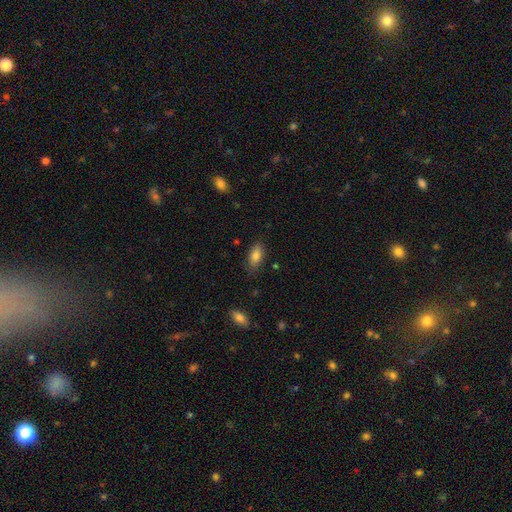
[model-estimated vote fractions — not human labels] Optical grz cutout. It shows a smooth galaxy with no disk features (82%) that is in between round and cigar-shaped (90%). Merging: none (81%).